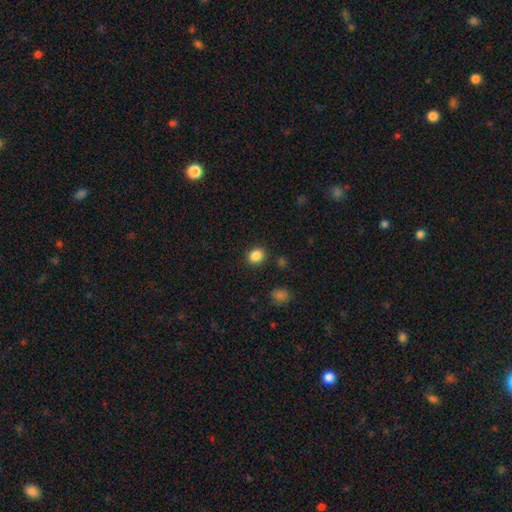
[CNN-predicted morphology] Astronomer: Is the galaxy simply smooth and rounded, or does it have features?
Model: smooth — 86%.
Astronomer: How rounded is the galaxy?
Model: round — 59% (runner-up: in between, 40%).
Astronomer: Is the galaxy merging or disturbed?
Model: none — 88%.